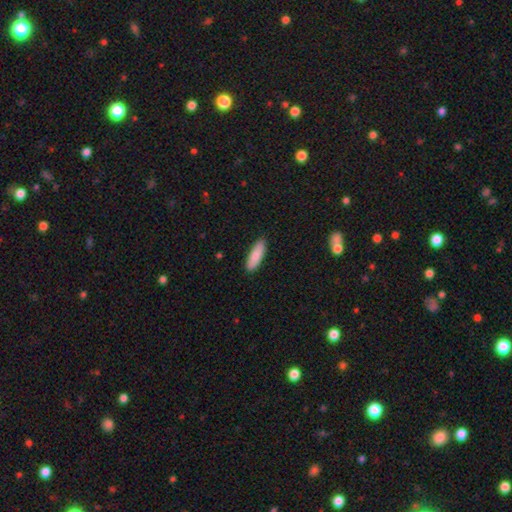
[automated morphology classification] Smooth or featured? Predicted: smooth (p=0.81). How rounded? Predicted: in between (p=0.56). Merging? Predicted: none (p=0.88).